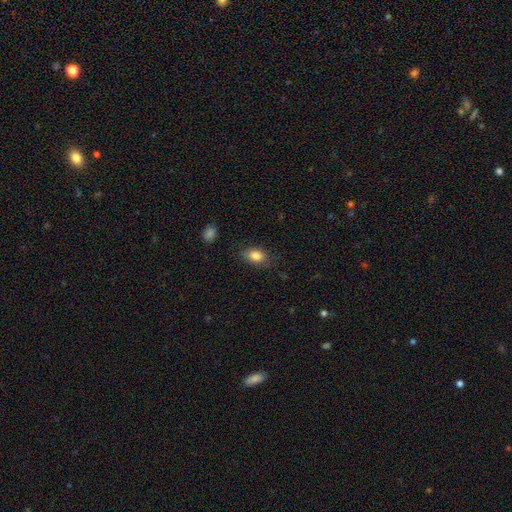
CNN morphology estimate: A smooth galaxy with no disk features (85%) that is in between round and cigar-shaped (85%). Merging: none (79%).